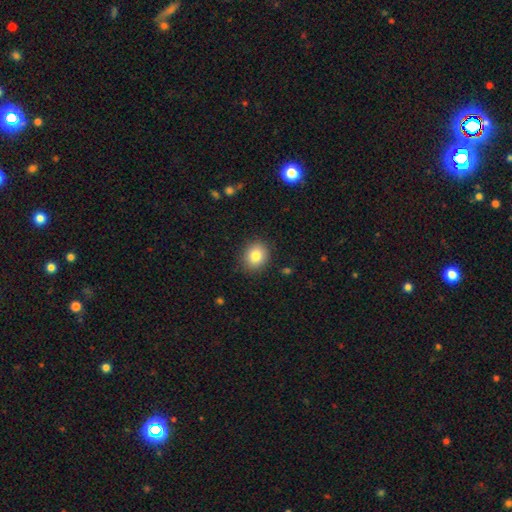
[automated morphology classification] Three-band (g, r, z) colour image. It shows a smooth galaxy with no disk features (82%) that is round (72%). Merging: none (89%).